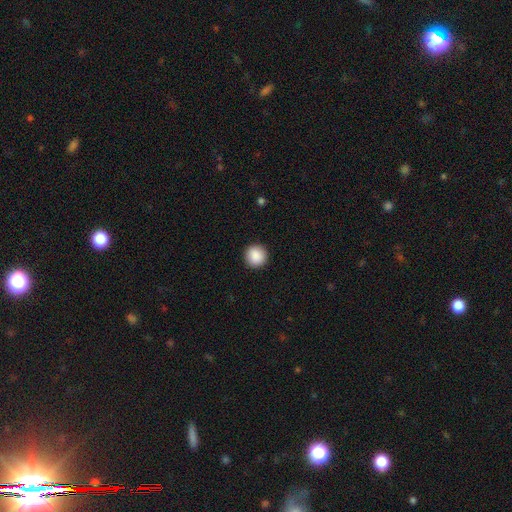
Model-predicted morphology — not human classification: Overall: smooth (89%). How rounded: round (95%). Merging: none (92%).